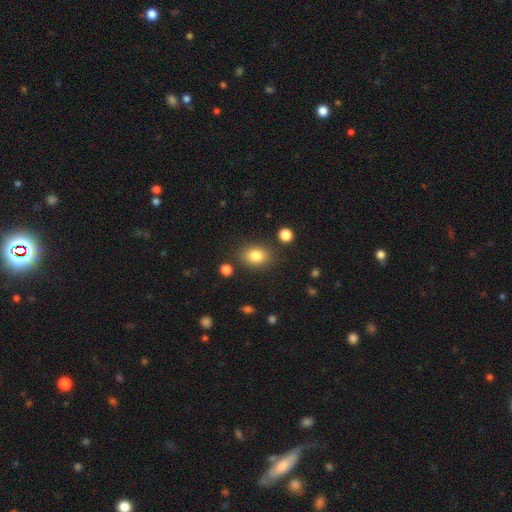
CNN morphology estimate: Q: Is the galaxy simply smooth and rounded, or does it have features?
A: smooth — 83%.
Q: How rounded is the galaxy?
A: in between — 66%.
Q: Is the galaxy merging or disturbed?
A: none — 81%.